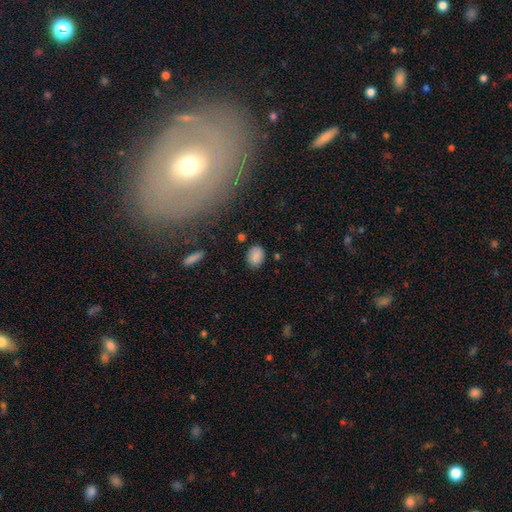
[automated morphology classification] smooth 85%, star or artifact 9%, featured or disk 5%. Down the decision tree: how rounded — in between (64%); merging — none (79%).